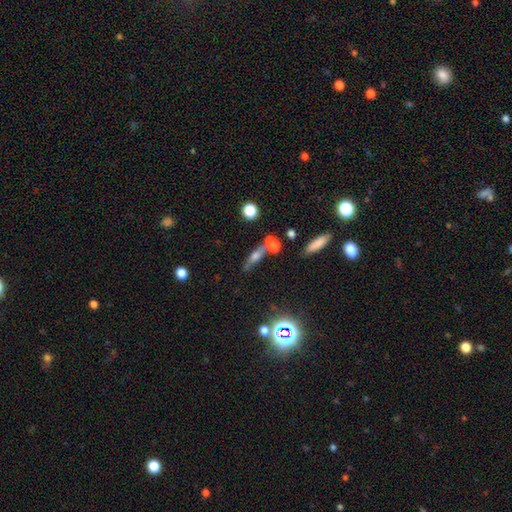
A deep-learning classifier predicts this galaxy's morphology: This appears to be a smooth galaxy with no disk features (42%, tied with featured or disk). Merging: none (54%).